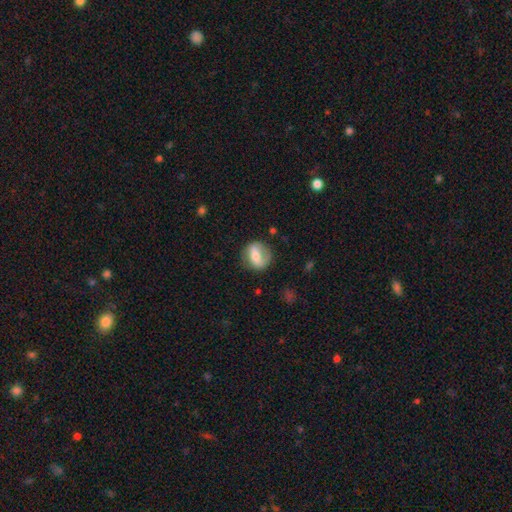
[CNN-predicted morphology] This is possibly a smooth galaxy (47%). Merging: likely none (73%).